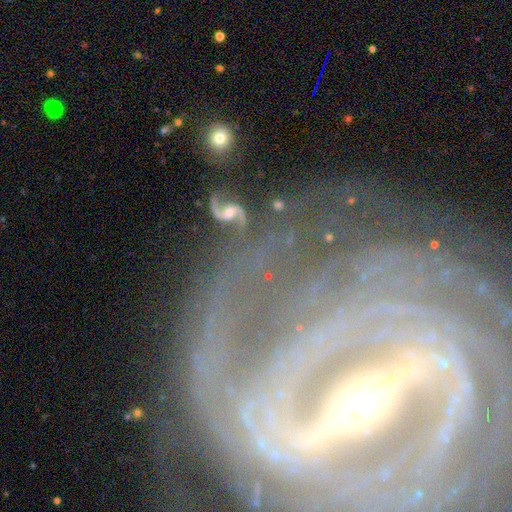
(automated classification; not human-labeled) Q: Smooth or featured?
A: featured or disk (90%); runner-up: star or artifact (6%)
Q: Edge-on disk?
A: no (93%); runner-up: yes (7%)
Q: Bar?
A: strong (75%); runner-up: weak (17%)
Q: Spiral arms?
A: yes (93%); runner-up: no (7%)
Q: Spiral winding?
A: tight (70%); runner-up: medium (22%)
Q: Spiral arm count?
A: can't tell (26%); runner-up: 2 (22%)
Q: Bulge size?
A: small (54%); runner-up: moderate (40%)
Q: Merging?
A: none (73%); runner-up: minor disturbance (15%)